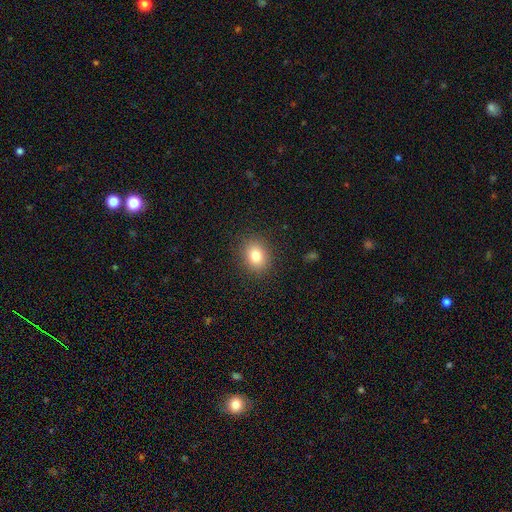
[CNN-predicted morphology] This appears to be a smooth galaxy with no disk features (82%) that is round (55%). Merging: none (89%).